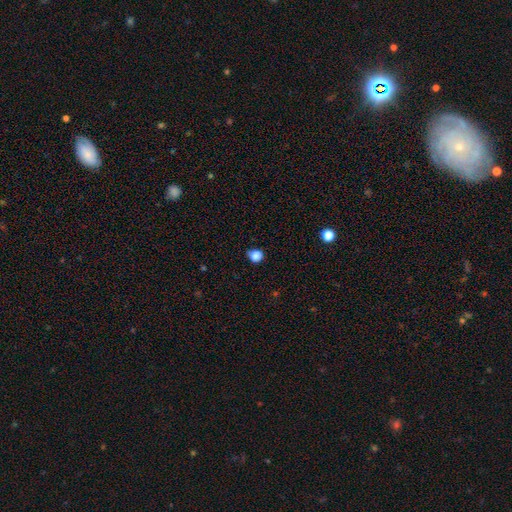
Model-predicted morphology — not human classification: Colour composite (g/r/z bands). It shows a smooth galaxy with no disk features (85%) that is round (78%). Merging: none (70%).